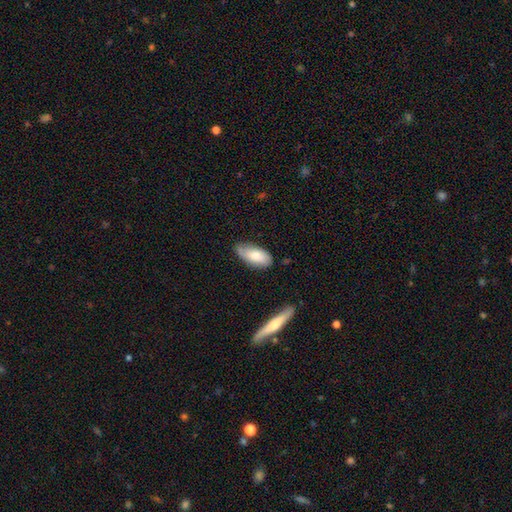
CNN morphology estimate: Smooth or featured: smooth — 74% (featured or disk — 19%)
How rounded: in between — 89% (cigar-shaped — 9%)
Merging: none — 65% (minor disturbance — 27%)